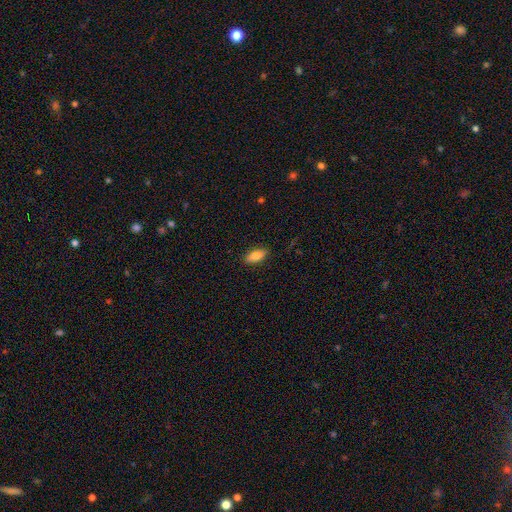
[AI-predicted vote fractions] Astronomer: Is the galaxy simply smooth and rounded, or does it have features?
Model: smooth — 82%.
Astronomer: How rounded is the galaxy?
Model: in between — 85%.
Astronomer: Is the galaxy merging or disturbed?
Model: none — 88%.